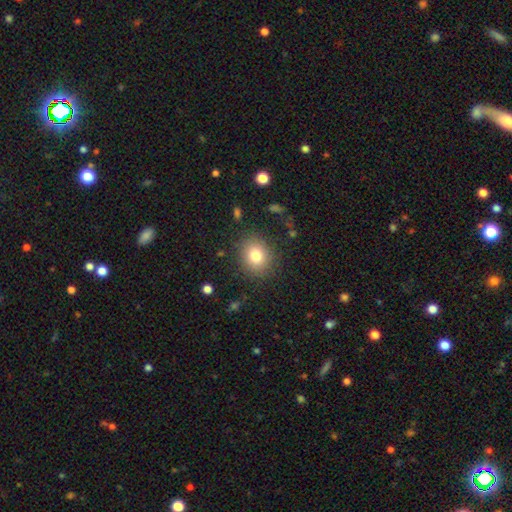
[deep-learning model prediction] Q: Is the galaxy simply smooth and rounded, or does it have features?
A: smooth — 78%.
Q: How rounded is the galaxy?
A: round — 65%.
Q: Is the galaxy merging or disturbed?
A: none — 84%.